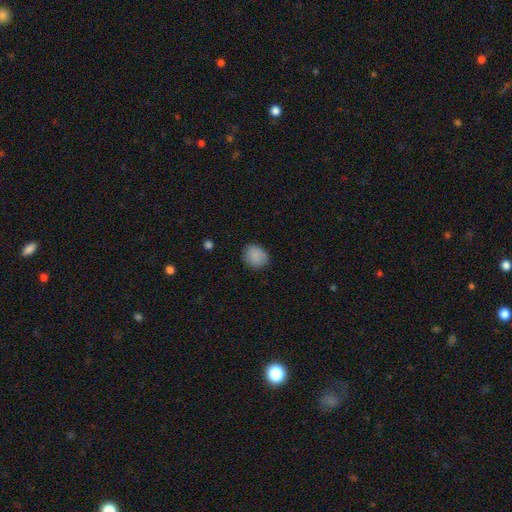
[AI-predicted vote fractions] Morphology: type=smooth (87%); roundness=round (66%); merging=none (84%).